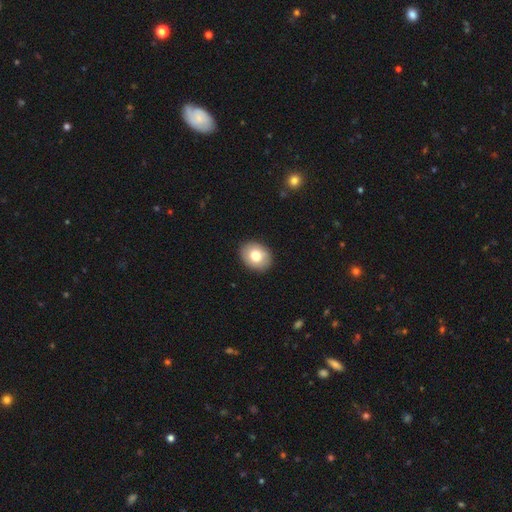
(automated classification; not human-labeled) A smooth galaxy with no disk features (77%) that is in between round and cigar-shaped (59%). Merging: none (90%).